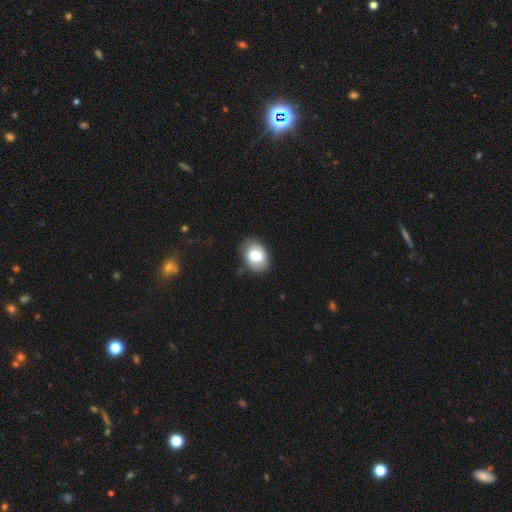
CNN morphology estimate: This is likely a smooth galaxy (74%). How rounded: likely in between (79%). Merging: likely none (72%).